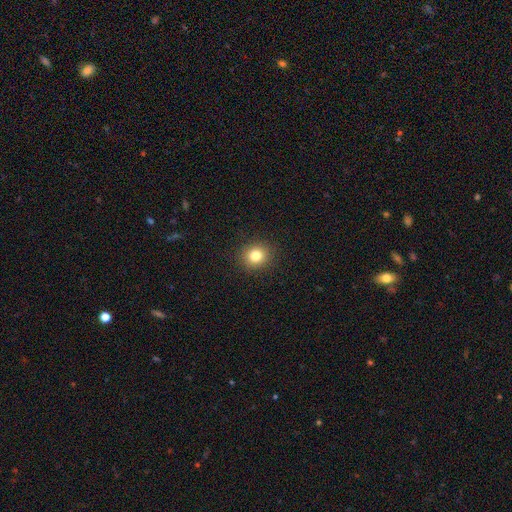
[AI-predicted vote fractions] Smooth or featured?
  - smooth: 80% *
  - star or artifact: 12%
  - featured or disk: 7%
How rounded?
  - round: 83% *
  - in between: 16%
  - cigar-shaped: 1%
Merging?
  - none: 91% *
  - minor disturbance: 6%
  - major disturbance: 2%
  - merger: 1%